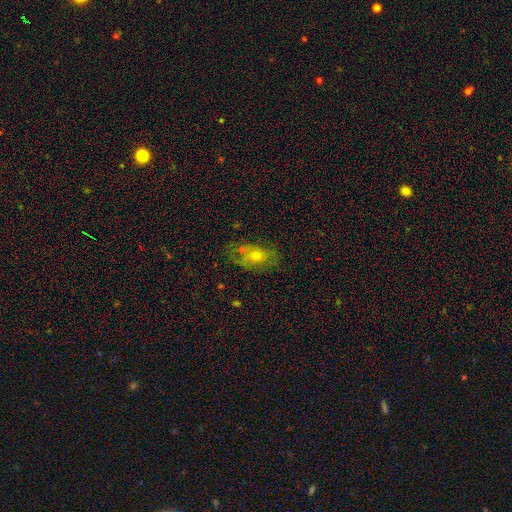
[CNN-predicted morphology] Overall: smooth (52%; featured or disk 36%). How rounded: in between (82%). Merging: none (54%; minor disturbance 26%).